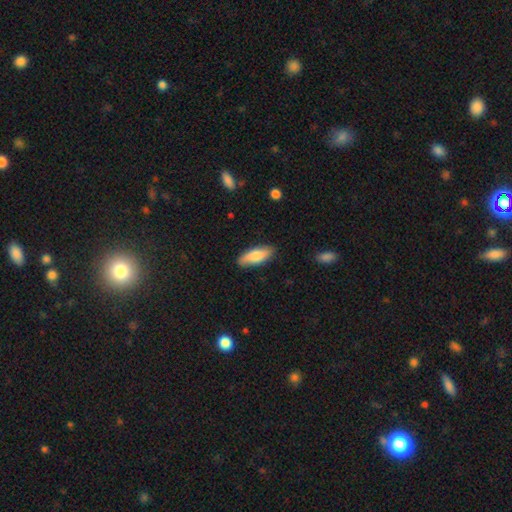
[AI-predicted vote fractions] smooth-or-featured: smooth: 79% | featured or disk: 15% | star or artifact: 6%
  how-rounded: in between: 65% | cigar-shaped: 33% | round: 2%
  merging: none: 86% | minor disturbance: 11% | major disturbance: 2% | merger: 1%